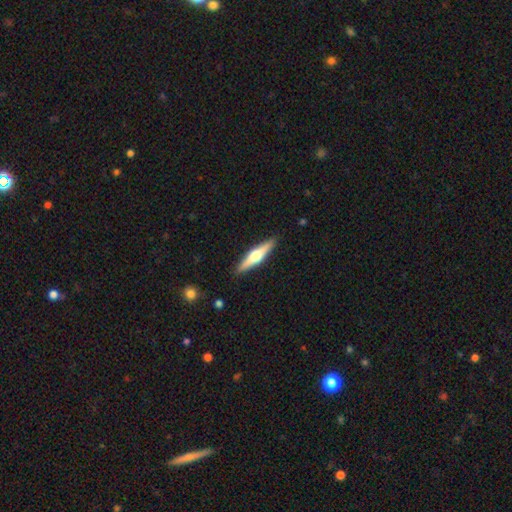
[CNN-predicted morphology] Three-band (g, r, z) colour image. It shows a featured or disk galaxy (61%) viewed edge-on (97%) with a rounded central bulge (94%). Merging: none (91%).